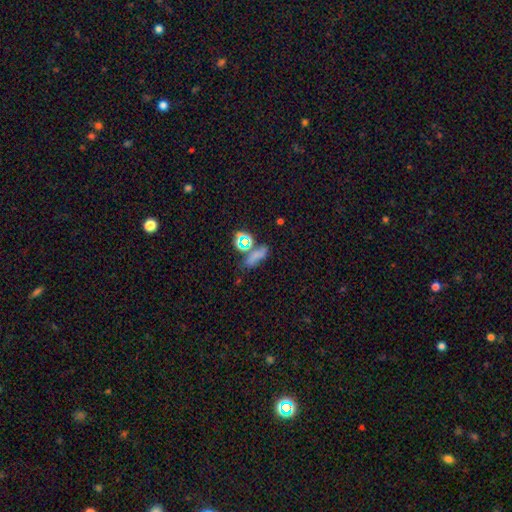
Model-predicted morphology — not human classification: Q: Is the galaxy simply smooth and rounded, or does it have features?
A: smooth — 58%.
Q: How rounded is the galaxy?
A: in between — 57%.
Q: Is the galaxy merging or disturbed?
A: none — 50%.